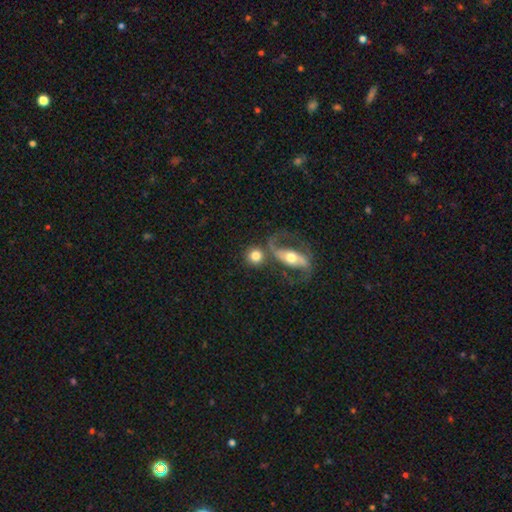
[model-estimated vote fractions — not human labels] Smooth or featured?
  - smooth: 61% *
  - featured or disk: 31%
  - star or artifact: 7%
How rounded?
  - round: 85% *
  - in between: 13%
  - cigar-shaped: 2%
Merging?
  - none: 56% *
  - merger: 25%
  - minor disturbance: 10%
  - major disturbance: 8%